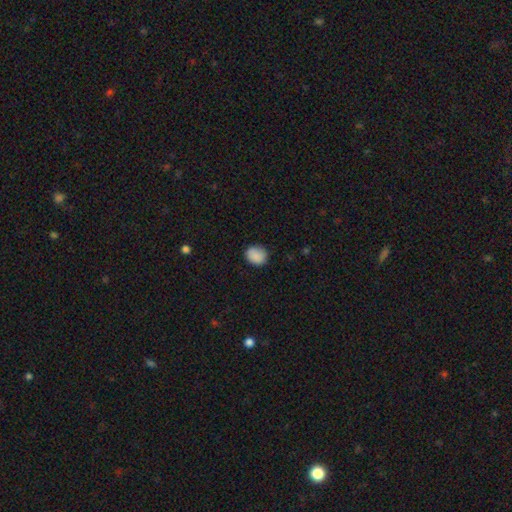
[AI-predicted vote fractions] Smooth or featured: smooth — 88% (star or artifact — 8%)
How rounded: round — 59% (in between — 40%)
Merging: none — 82% (minor disturbance — 14%)